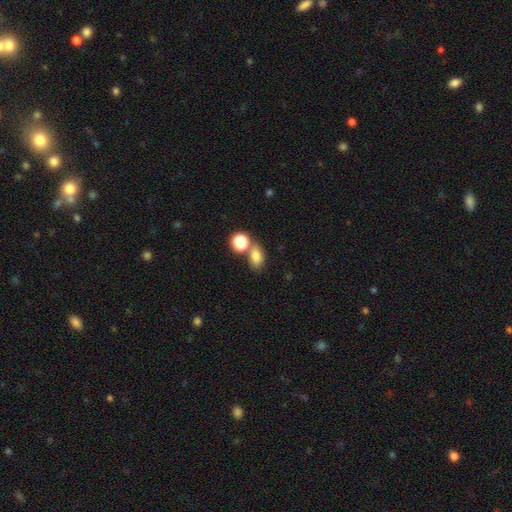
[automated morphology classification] smooth 78%, star or artifact 13%, featured or disk 9%. Down the decision tree: how rounded — in between (72%); merging — none (58%).